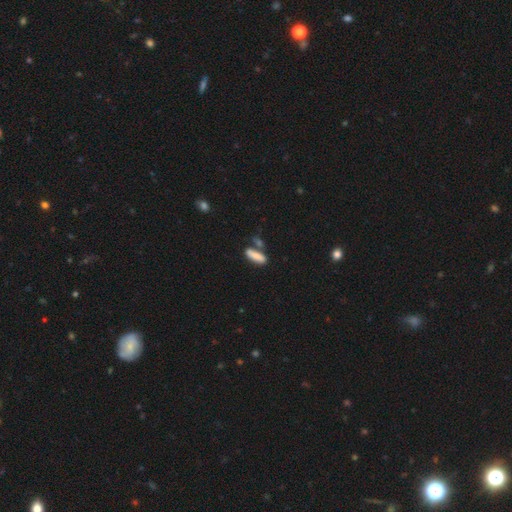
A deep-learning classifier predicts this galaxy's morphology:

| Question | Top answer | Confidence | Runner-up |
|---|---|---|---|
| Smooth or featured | smooth | 84% | featured or disk (9%) |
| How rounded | in between | 51% | cigar-shaped (47%) |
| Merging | none | 61% | merger (20%) |